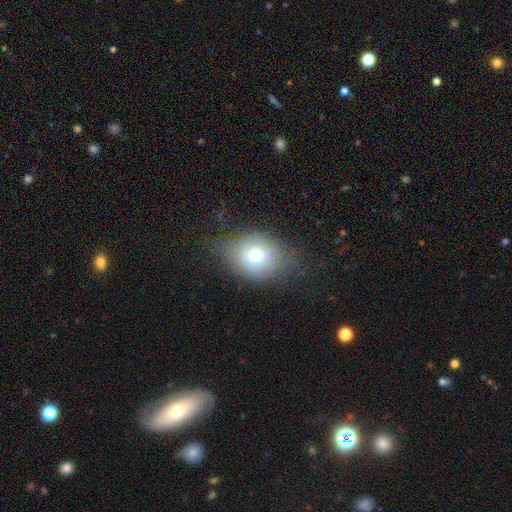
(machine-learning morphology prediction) Q: Smooth or featured?
A: smooth (66%); runner-up: featured or disk (21%)
Q: How rounded?
A: round (52%); runner-up: in between (47%)
Q: Merging?
A: none (61%); runner-up: minor disturbance (25%)